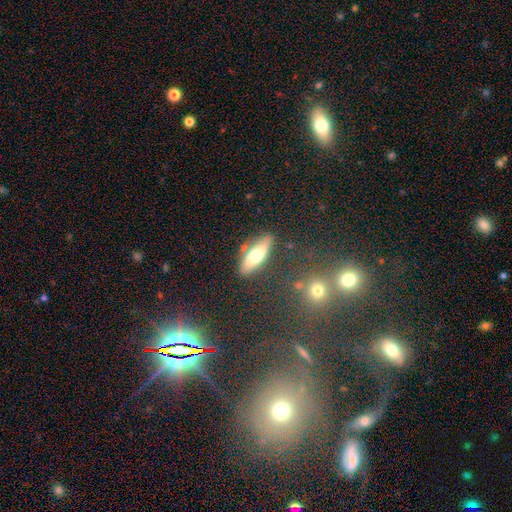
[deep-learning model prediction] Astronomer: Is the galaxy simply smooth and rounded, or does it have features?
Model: smooth — 62%.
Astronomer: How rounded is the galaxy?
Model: in between — 60% (runner-up: cigar-shaped, 37%).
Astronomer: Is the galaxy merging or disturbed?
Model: none — 75%.